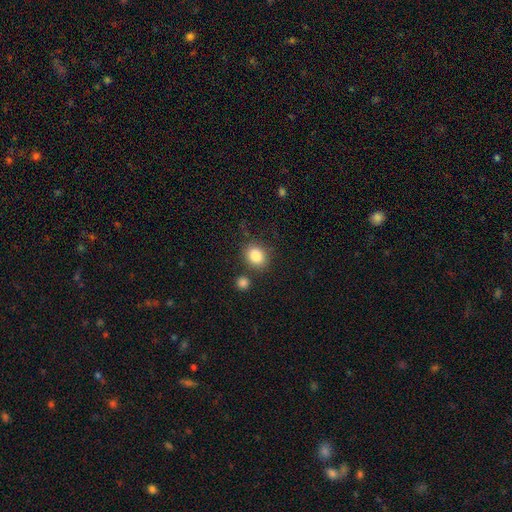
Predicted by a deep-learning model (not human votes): Smooth or featured?
  - smooth: 85% *
  - star or artifact: 10%
  - featured or disk: 6%
How rounded?
  - round: 67% *
  - in between: 32%
  - cigar-shaped: 1%
Merging?
  - none: 76% *
  - minor disturbance: 11%
  - merger: 9%
  - major disturbance: 4%